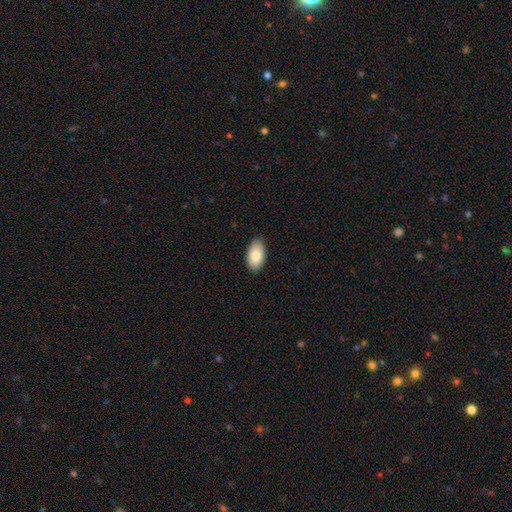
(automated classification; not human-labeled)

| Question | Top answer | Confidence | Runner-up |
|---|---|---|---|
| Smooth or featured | smooth | 85% | featured or disk (9%) |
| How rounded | in between | 96% | round (3%) |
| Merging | none | 88% | minor disturbance (9%) |